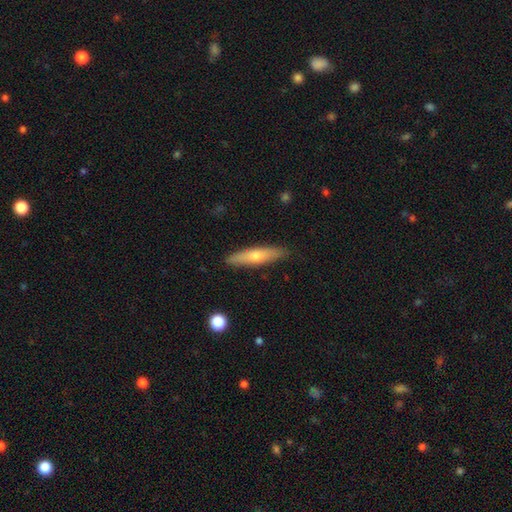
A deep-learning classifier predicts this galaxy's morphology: This is possibly a smooth galaxy (54%). How rounded: likely cigar-shaped (79%). Merging: clearly none (88%).